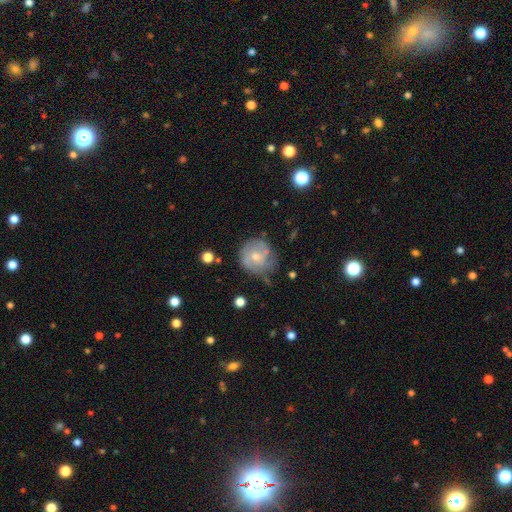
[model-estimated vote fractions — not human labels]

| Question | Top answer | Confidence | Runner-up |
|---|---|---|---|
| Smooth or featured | featured or disk | 62% | smooth (28%) |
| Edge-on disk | no | 97% | yes (3%) |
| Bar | no | 68% | weak (28%) |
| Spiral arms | yes | 79% | no (21%) |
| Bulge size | moderate | 51% | small (44%) |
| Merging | none | 68% | minor disturbance (23%) |